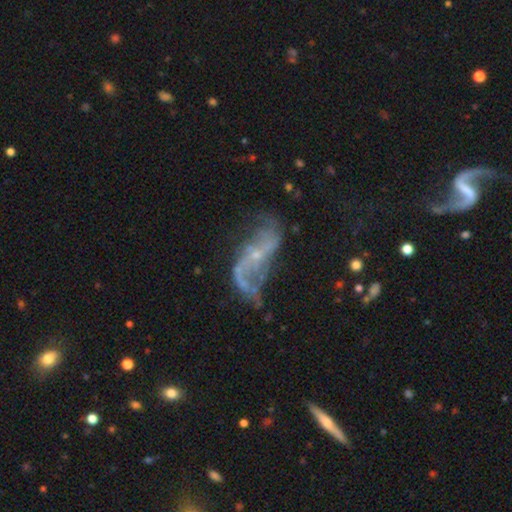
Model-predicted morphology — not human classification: smooth_or_featured: featured or disk (p=0.82) [alt: smooth p=0.09]
disk_edge_on: no (p=0.94) [alt: yes p=0.06]
bar: no (p=0.57) [alt: weak p=0.30]
has_spiral_arms: yes (p=0.86) [alt: no p=0.14]
spiral_winding: loose (p=0.83) [alt: medium p=0.12]
spiral_arm_count: 2 (p=0.82) [alt: can't tell p=0.07]
bulge_size: small (p=0.76) [alt: moderate p=0.13]
merging: none (p=0.45) [alt: major disturbance p=0.26]